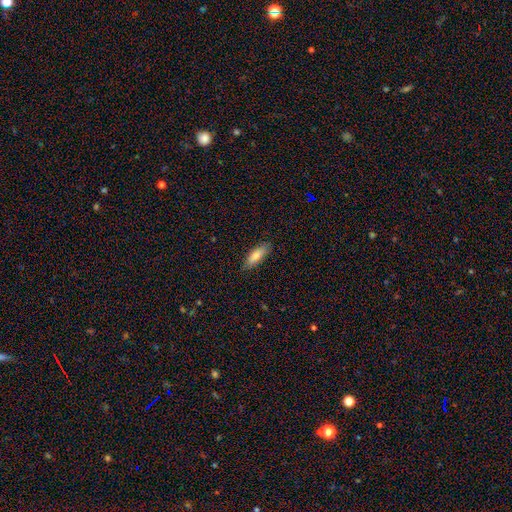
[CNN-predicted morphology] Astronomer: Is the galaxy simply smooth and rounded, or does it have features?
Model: smooth — 79%.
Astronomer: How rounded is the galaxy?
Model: in between — 52% (runner-up: cigar-shaped, 46%).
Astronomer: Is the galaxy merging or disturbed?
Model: none — 86%.